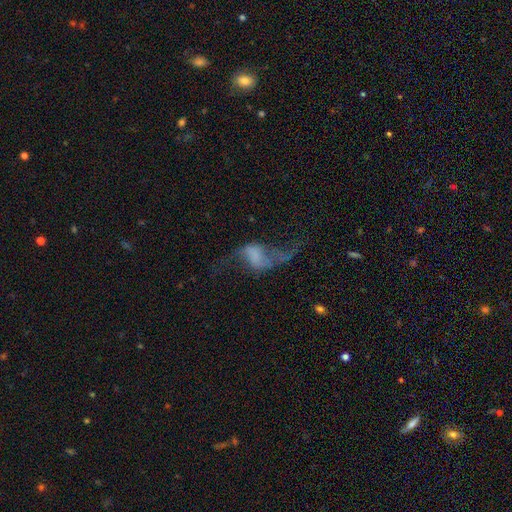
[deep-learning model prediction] A featured or disk galaxy (73%) with no bar (49%), 2 (91%) loose (92%) spiral arms (85%) and no central bulge (64%). Merging: none (43%).